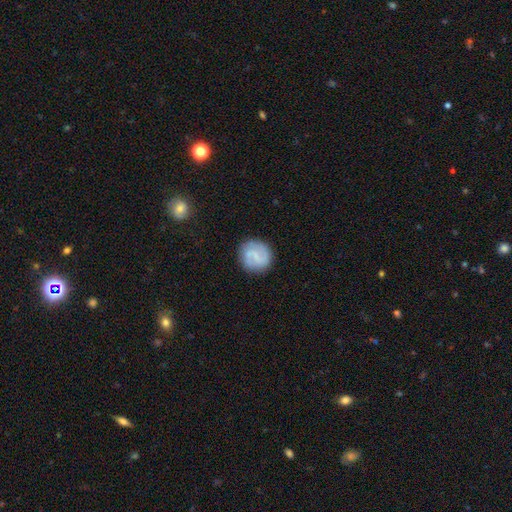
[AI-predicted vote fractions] The model was most divided on "bulge size": none: 44%, small: 43%, moderate: 11%, large: 1%, dominant: 1%. Remaining: edge-on disk — no (98%); spiral arms — yes (90%); merging — none (85%); spiral arm count — 2 (80%); smooth or featured — featured or disk (62%); bar — weak (53%); spiral winding — medium (46%).